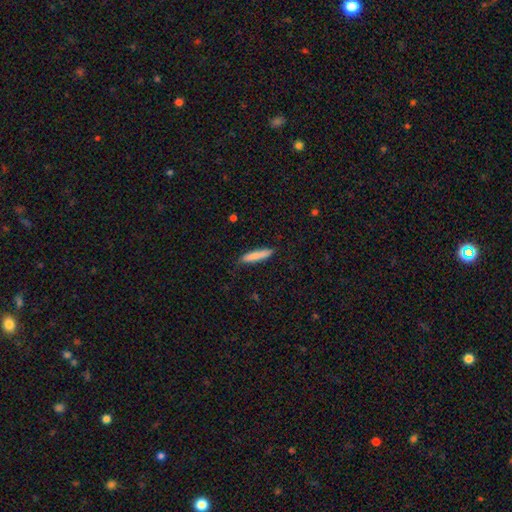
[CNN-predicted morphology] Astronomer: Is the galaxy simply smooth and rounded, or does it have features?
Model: smooth — 81%.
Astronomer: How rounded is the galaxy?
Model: cigar-shaped — 86%.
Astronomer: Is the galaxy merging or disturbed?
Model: none — 84%.